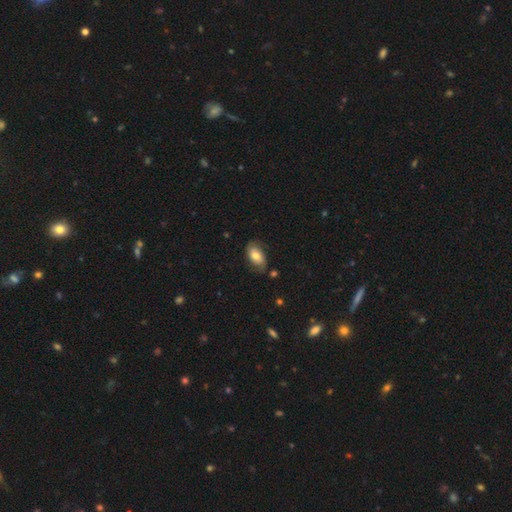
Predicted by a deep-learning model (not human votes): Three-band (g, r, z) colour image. It shows a smooth galaxy with no disk features (55%) that is in between round and cigar-shaped (91%). Merging: none (67%).